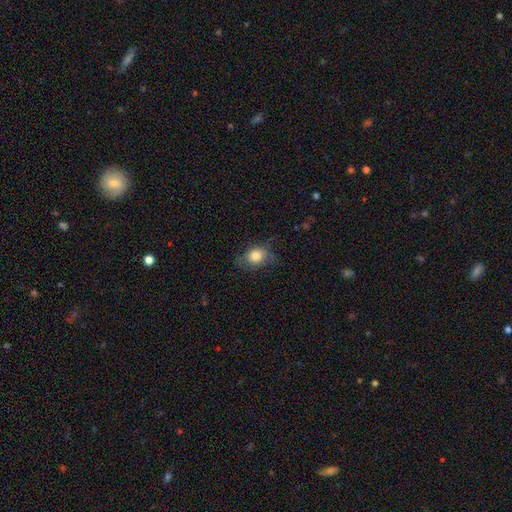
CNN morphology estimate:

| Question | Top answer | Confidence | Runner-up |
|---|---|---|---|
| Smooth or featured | smooth | 77% | featured or disk (14%) |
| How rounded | in between | 51% | round (48%) |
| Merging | none | 62% | minor disturbance (25%) |